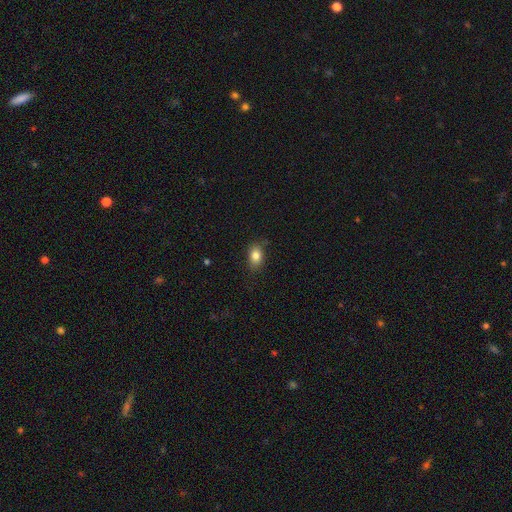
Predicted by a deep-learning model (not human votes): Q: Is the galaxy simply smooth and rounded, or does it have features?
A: smooth — 82%.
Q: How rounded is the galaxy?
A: in between — 80%.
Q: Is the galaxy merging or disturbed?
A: none — 80%.